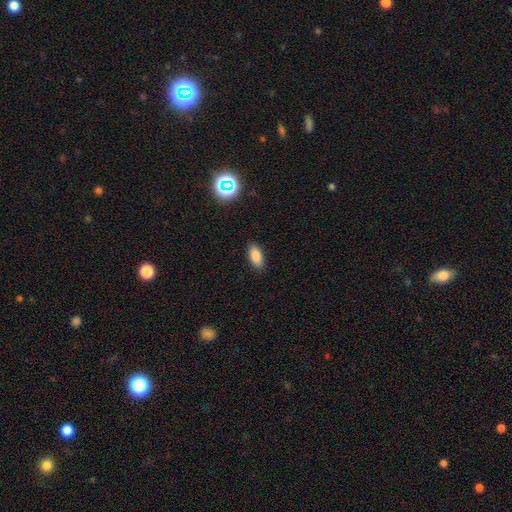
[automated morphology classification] The model was most divided on "smooth or featured": smooth: 84%, star or artifact: 10%, featured or disk: 6%. More confident: how rounded — in between (89%); merging — none (88%).